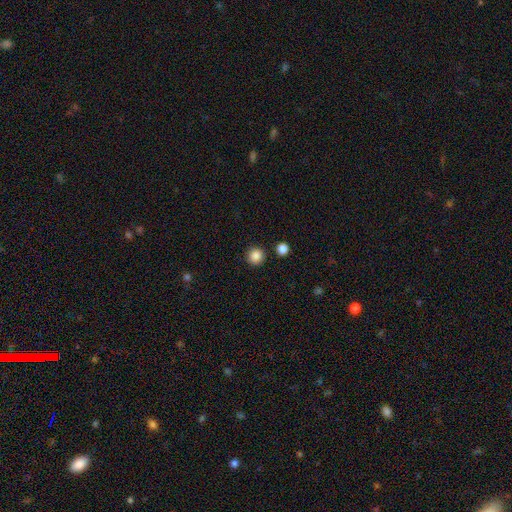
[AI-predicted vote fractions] smooth 87%, star or artifact 10%, featured or disk 3%. Down the decision tree: how rounded — round (95%); merging — none (90%).